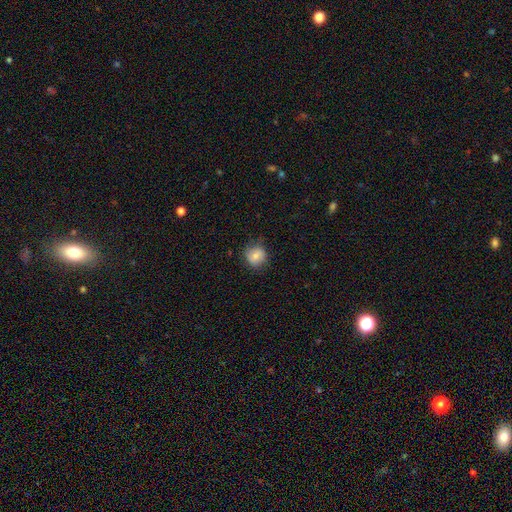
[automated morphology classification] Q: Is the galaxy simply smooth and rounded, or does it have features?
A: smooth — 75%.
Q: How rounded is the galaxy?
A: round — 85%.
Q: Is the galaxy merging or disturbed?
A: none — 73%.